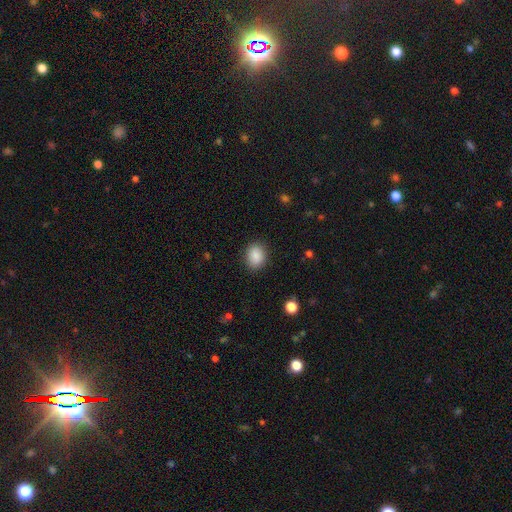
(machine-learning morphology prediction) Smooth or featured?
  - smooth: 88% *
  - star or artifact: 8%
  - featured or disk: 4%
How rounded?
  - in between: 54% *
  - round: 45%
  - cigar-shaped: 1%
Merging?
  - none: 87% *
  - minor disturbance: 9%
  - major disturbance: 3%
  - merger: 1%